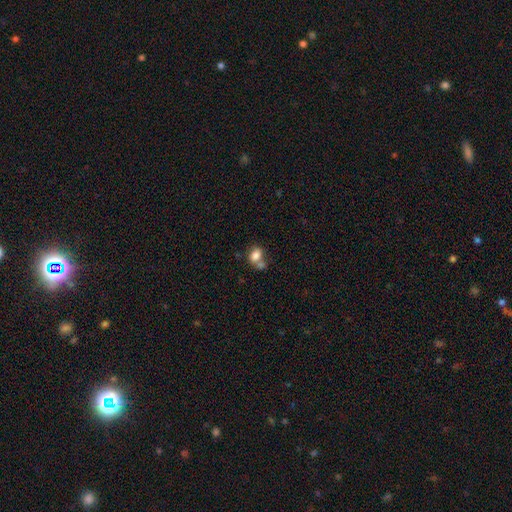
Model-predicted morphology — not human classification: Q: Smooth or featured?
A: smooth (80%); runner-up: featured or disk (10%)
Q: How rounded?
A: in between (60%); runner-up: round (39%)
Q: Merging?
A: merger (42%); runner-up: none (40%)